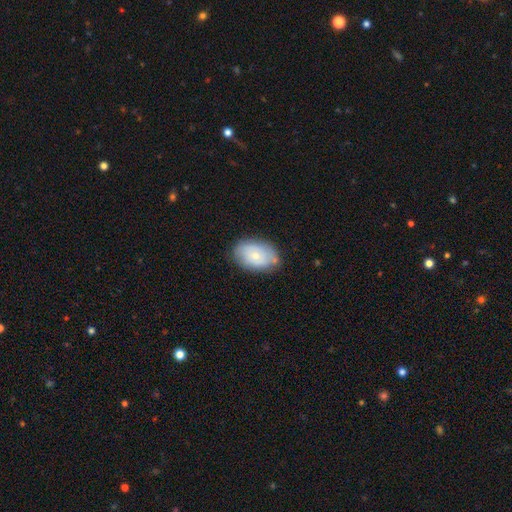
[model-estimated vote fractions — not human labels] Q: Smooth or featured?
A: smooth (68%); runner-up: featured or disk (25%)
Q: How rounded?
A: in between (87%); runner-up: round (12%)
Q: Merging?
A: none (74%); runner-up: minor disturbance (19%)